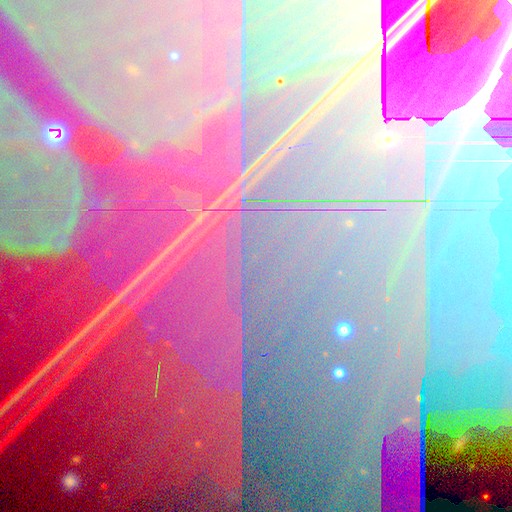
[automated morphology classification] A star or artifact, not a galaxy (88%).